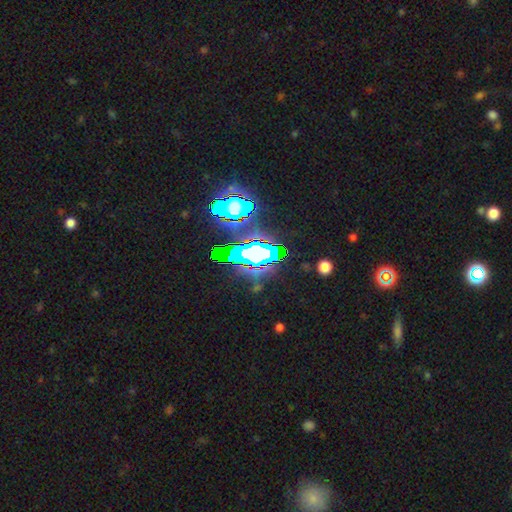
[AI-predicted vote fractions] smooth_or_featured: star or artifact (p=0.65) [alt: featured or disk p=0.18]